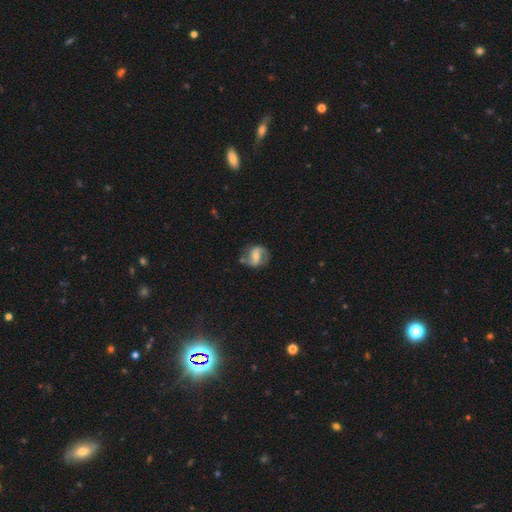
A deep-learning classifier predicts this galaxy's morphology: Smooth or featured: featured or disk — 72% (smooth — 21%)
Edge-on disk: no — 97% (yes — 3%)
Bar: weak — 40% (strong — 36%)
Spiral arms: yes — 88% (no — 12%)
Spiral winding: medium — 42% (tied with loose — 42%)
Spiral arm count: 2 — 88% (can't tell — 6%)
Bulge size: moderate — 49% (small — 41%)
Merging: none — 71% (minor disturbance — 18%)